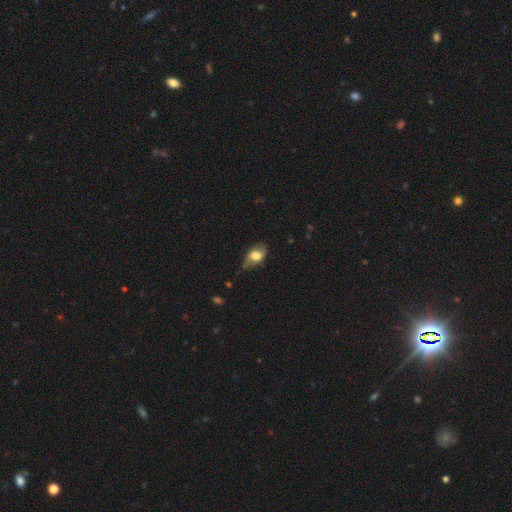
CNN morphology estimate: Smooth or featured?
  - smooth: 68% *
  - featured or disk: 25%
  - star or artifact: 8%
How rounded?
  - in between: 85% *
  - round: 13%
  - cigar-shaped: 2%
Merging?
  - none: 55% *
  - minor disturbance: 34%
  - major disturbance: 9%
  - merger: 2%